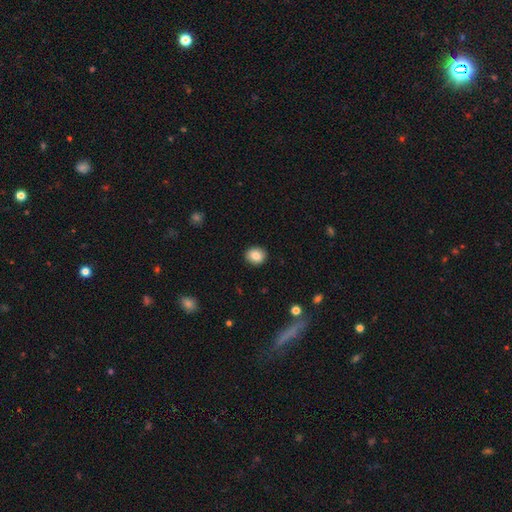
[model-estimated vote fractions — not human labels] A smooth galaxy with no disk features (84%) that is round (71%). Merging: none (91%).